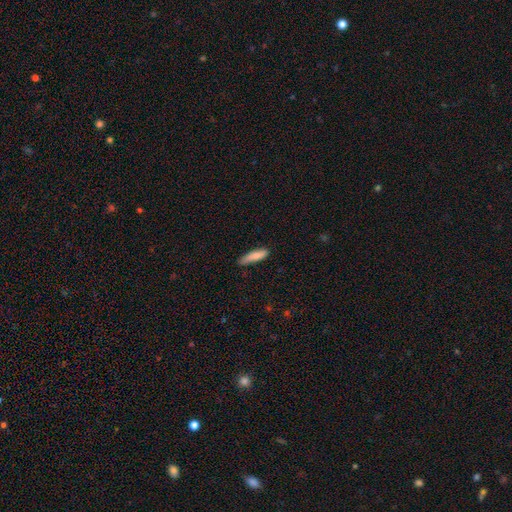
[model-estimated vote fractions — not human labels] smooth 78%, featured or disk 16%, star or artifact 6%. Down the decision tree: how rounded — cigar-shaped (72%); merging — none (74%).